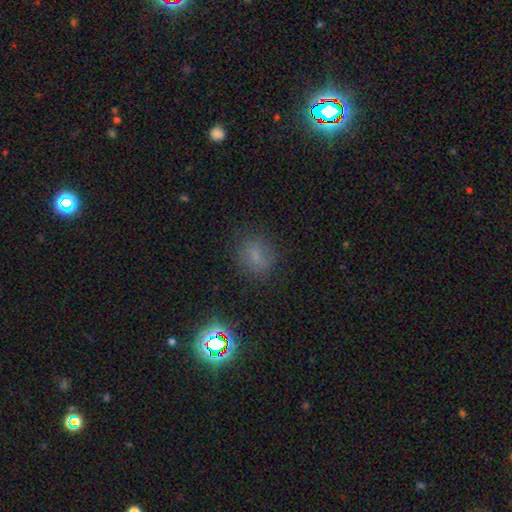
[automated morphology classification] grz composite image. It shows a smooth galaxy with no disk features (66%) that is round (63%). Merging: none (79%).